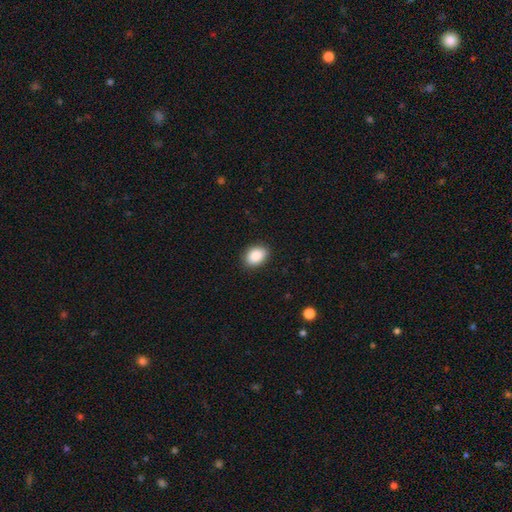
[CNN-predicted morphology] The model was most divided on "how rounded": in between: 81%, round: 18%, cigar-shaped: 1%. More confident: smooth or featured — smooth (89%); merging — none (88%).